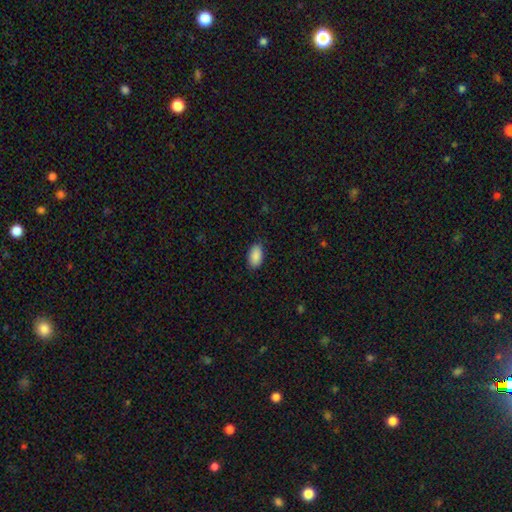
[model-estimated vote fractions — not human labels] This is clearly a smooth galaxy (90%). How rounded: clearly in between (94%). Merging: clearly none (85%).